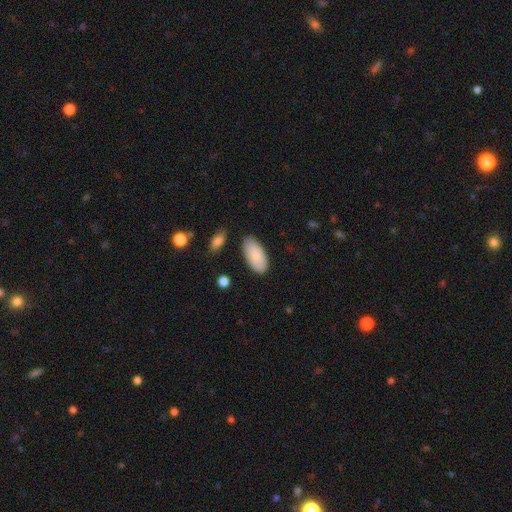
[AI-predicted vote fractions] Morphology: type=smooth (86%); roundness=in between (93%); merging=none (82%).